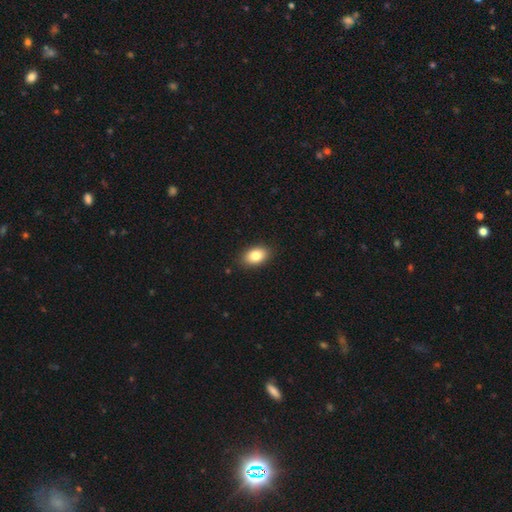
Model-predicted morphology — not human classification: This appears to be a smooth galaxy with no disk features (83%) that is in between round and cigar-shaped (89%). Merging: none (88%).